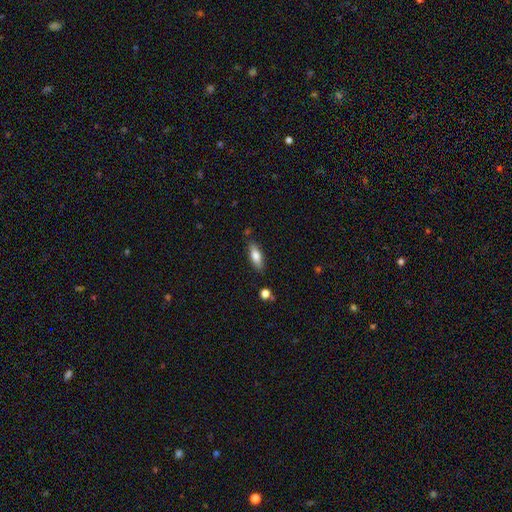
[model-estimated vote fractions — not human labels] Morphology: type=smooth (73%); roundness=in between (65%); merging=none (82%).